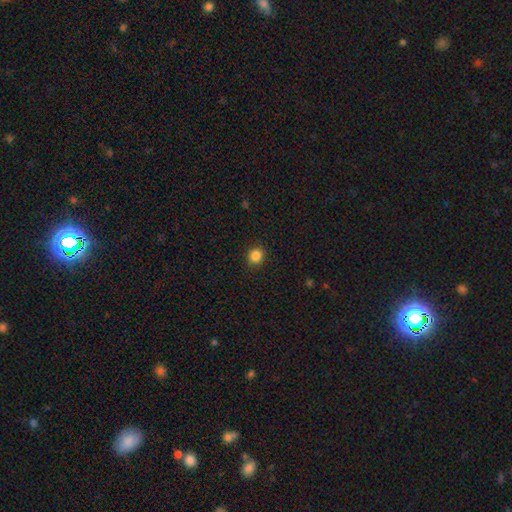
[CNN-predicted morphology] This is clearly a smooth galaxy (85%). How rounded: clearly round (85%). Merging: clearly none (91%).